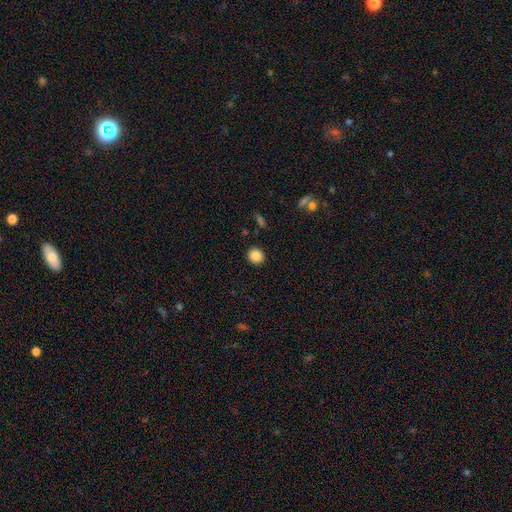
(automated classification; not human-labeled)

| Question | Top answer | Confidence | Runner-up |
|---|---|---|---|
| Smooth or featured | smooth | 87% | star or artifact (10%) |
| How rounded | round | 87% | in between (12%) |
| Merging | none | 91% | minor disturbance (5%) |